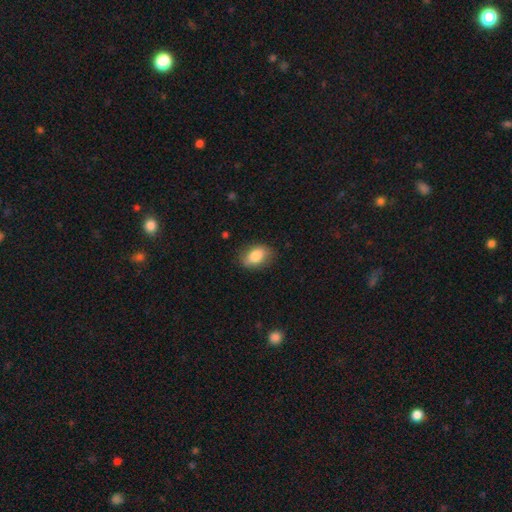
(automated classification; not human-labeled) Smooth or featured? smooth (82%)
How rounded? in between (85%)
Merging? none (78%)